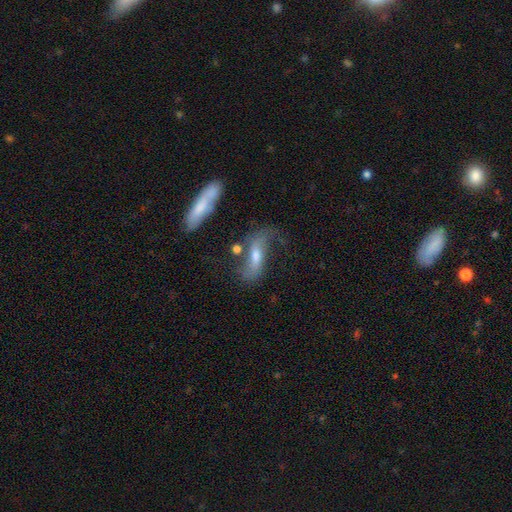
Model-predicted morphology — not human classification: This is likely a featured or disk galaxy (64%). It is clearly not viewed edge-on (81%). Bar: marginally weak (40%). Spiral arm pattern: clearly yes (85%). Central bulge: possibly moderate (55%). Merging: possibly none (46%).